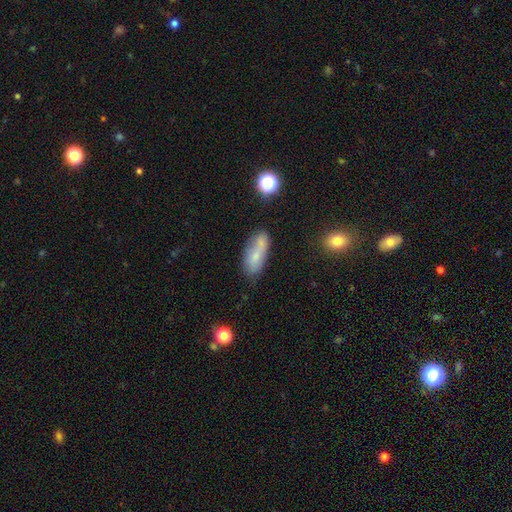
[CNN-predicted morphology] smooth-or-featured: smooth: 67% | featured or disk: 23% | star or artifact: 10%
  how-rounded: in between: 77% | cigar-shaped: 19% | round: 4%
  merging: none: 51% | minor disturbance: 23% | merger: 18% | major disturbance: 9%